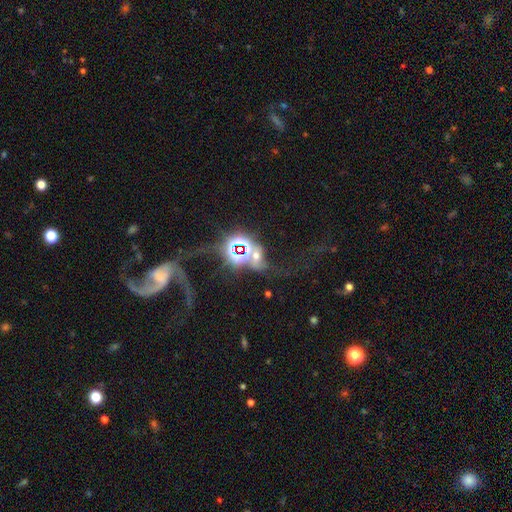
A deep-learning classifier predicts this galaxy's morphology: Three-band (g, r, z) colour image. It shows a featured or disk galaxy (59%) with no bar (47%), spiral arms (86%) and a small central bulge (41%). Merging: none (39%).